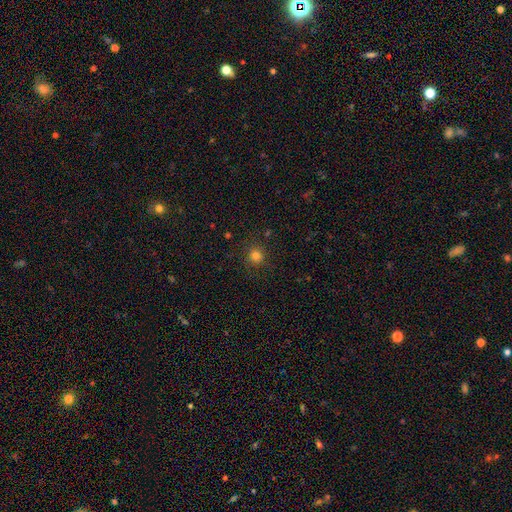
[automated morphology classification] Smooth or featured? Predicted: smooth (p=0.80). How rounded? Predicted: round (p=0.93). Merging? Predicted: none (p=0.89).